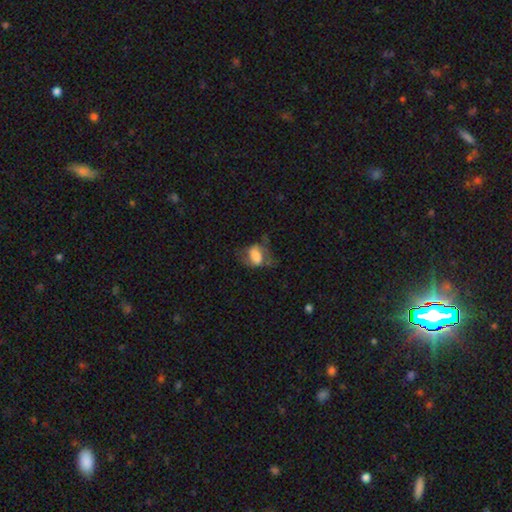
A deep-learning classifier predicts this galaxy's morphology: A smooth galaxy with no disk features (52%) that is in between round and cigar-shaped (78%). Merging: none (45%).